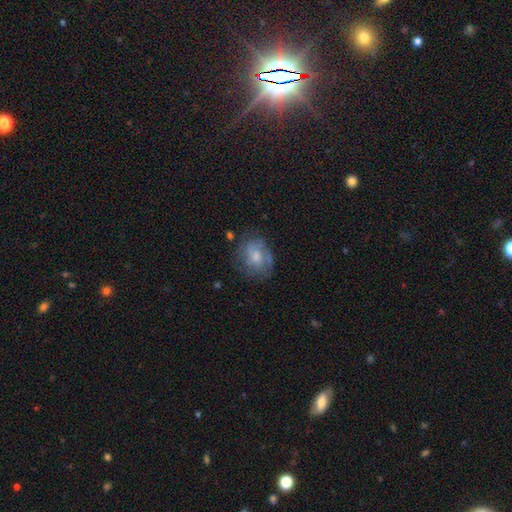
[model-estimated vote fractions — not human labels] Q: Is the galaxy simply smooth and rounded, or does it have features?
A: featured or disk — 49%.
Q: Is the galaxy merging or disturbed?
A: none — 58%.